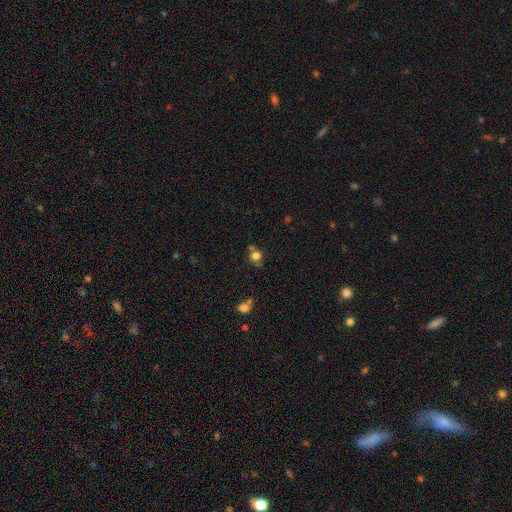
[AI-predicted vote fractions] Smooth or featured: smooth — 72% (star or artifact — 17%)
How rounded: round — 84% (in between — 15%)
Merging: none — 63% (minor disturbance — 16%)